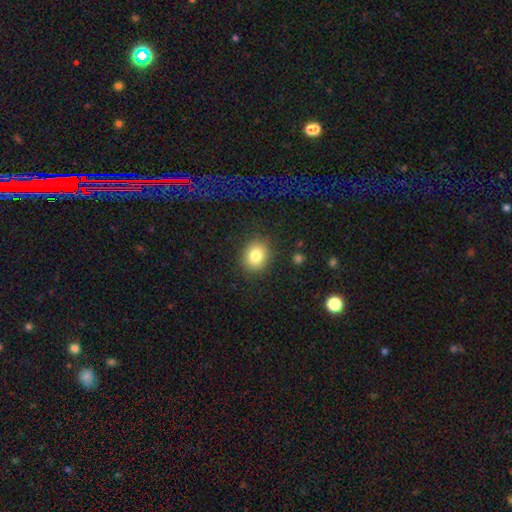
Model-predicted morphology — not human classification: This is clearly a smooth galaxy (82%). How rounded: likely round (71%). Merging: clearly none (88%).